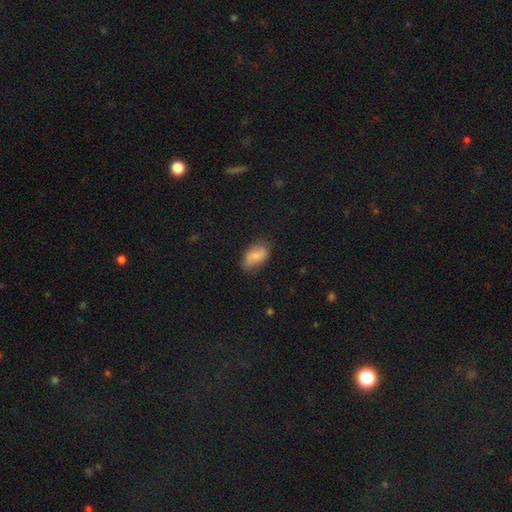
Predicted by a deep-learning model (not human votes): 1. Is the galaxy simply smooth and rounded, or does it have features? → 72% smooth, 21% featured or disk, 7% star or artifact.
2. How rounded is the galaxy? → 91% in between, 7% round, 2% cigar-shaped.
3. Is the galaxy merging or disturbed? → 64% none, 28% minor disturbance, 6% major disturbance, 1% merger.